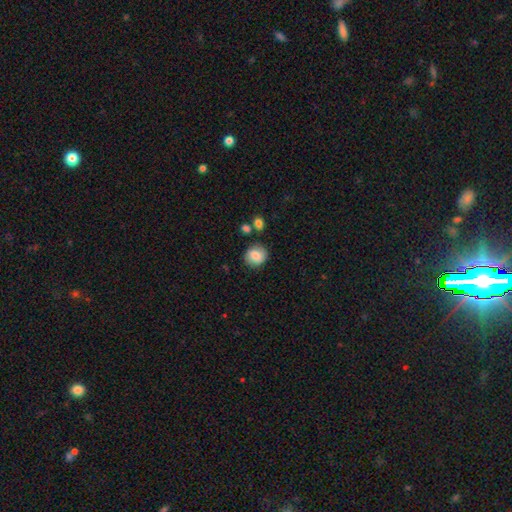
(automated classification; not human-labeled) Morphology: type=smooth (84%); roundness=round (80%); merging=none (81%).